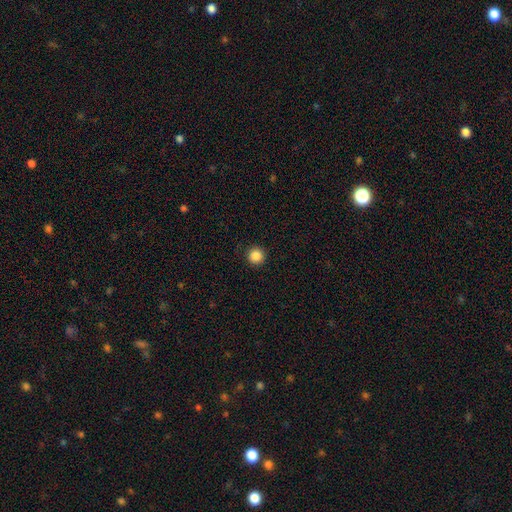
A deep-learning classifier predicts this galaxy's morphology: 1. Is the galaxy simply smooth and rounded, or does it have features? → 87% smooth, 10% star or artifact, 3% featured or disk.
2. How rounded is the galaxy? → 96% round, 3% in between, 1% cigar-shaped.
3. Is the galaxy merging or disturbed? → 92% none, 5% minor disturbance, 2% major disturbance, 1% merger.